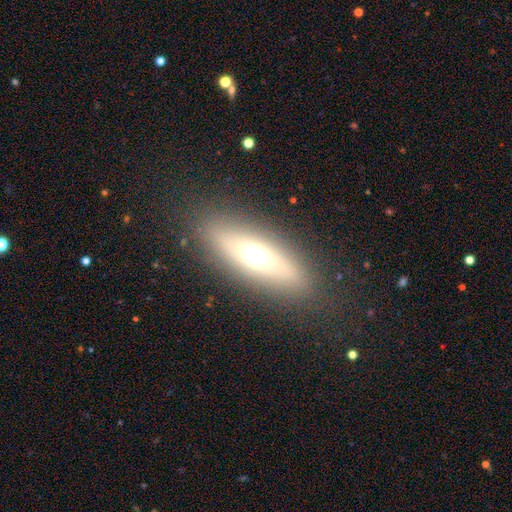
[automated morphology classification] A smooth galaxy with no disk features (51%) that is in between round and cigar-shaped (55%).

Vote fractions:
- Smooth or featured? smooth: 51% / featured or disk: 36% / star or artifact: 13%
- How rounded? in between: 55% / cigar-shaped: 39% / round: 6%
- Merging? none: 85% / minor disturbance: 9% / major disturbance: 4% / merger: 1%